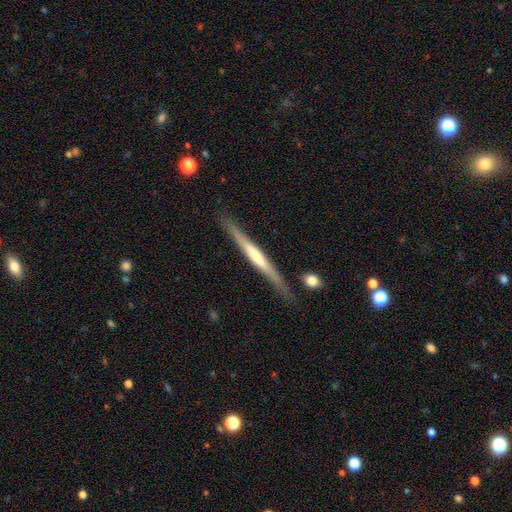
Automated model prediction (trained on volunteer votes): featured or disk 60%, smooth 35%, star or artifact 5%. Down the decision tree: edge-on disk — yes (96%); edge-on bulge — none (46%); merging — none (81%).